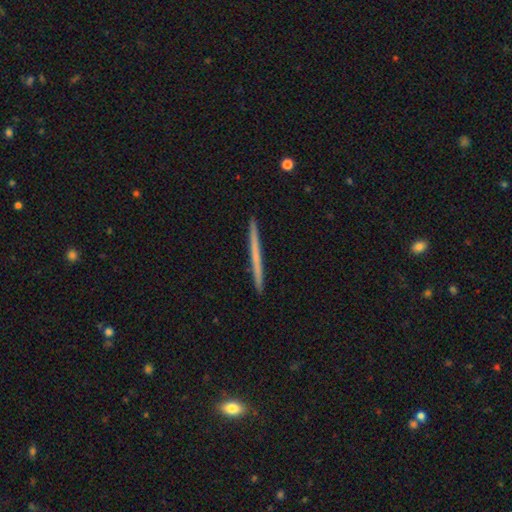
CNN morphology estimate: Smooth or featured? smooth (48%)
Merging? none (93%)